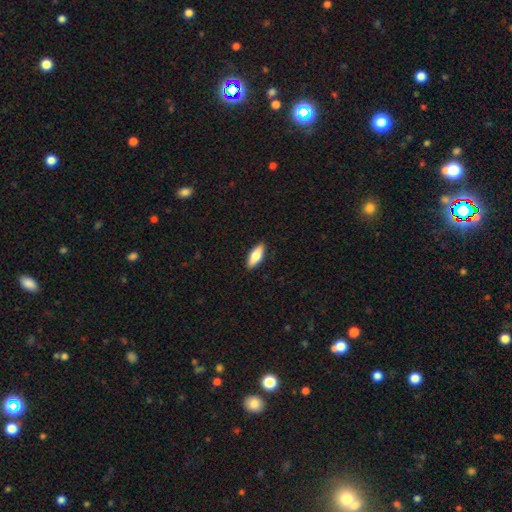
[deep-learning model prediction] Morphology: type=smooth (74%); roundness=in between (66%); merging=none (90%).